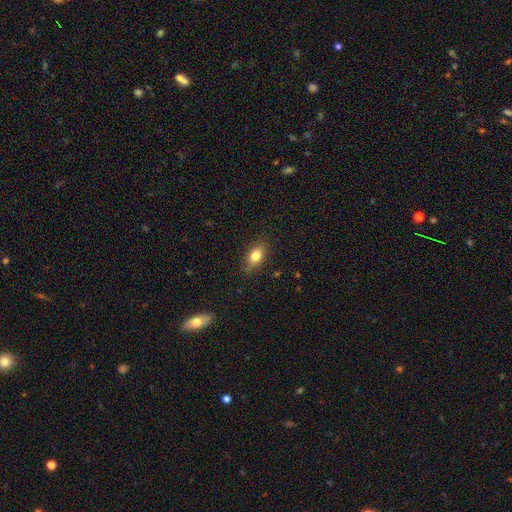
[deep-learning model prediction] This appears to be a smooth galaxy with no disk features (79%) that is in between round and cigar-shaped (83%). Merging: none (80%).